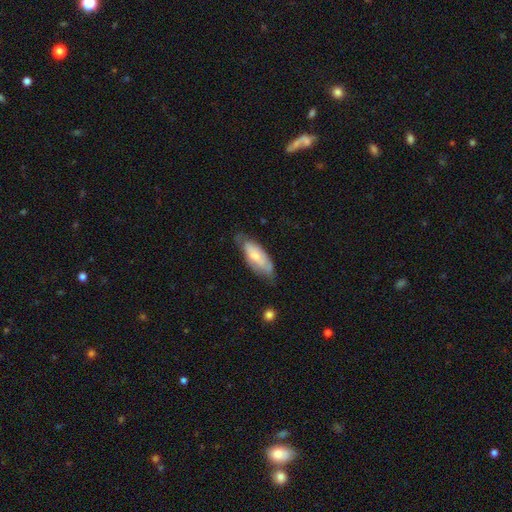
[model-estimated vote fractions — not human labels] The model was most divided on "smooth or featured": smooth: 54%, featured or disk: 40%, star or artifact: 6%. More confident: how rounded — in between (76%); merging — none (52%).